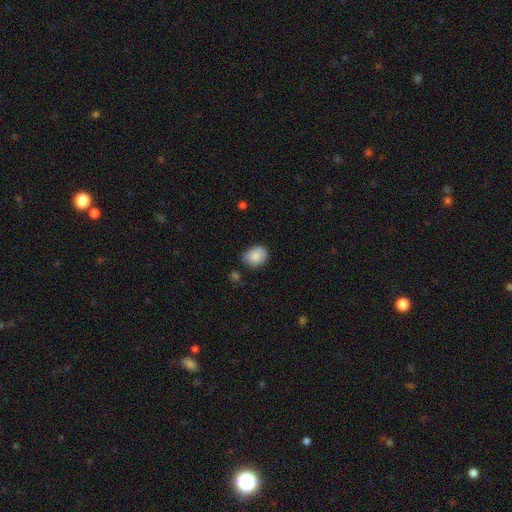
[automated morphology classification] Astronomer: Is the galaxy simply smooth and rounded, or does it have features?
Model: smooth — 85%.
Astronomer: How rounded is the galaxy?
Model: round — 54% (runner-up: in between, 45%).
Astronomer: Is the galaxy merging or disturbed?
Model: none — 67%.